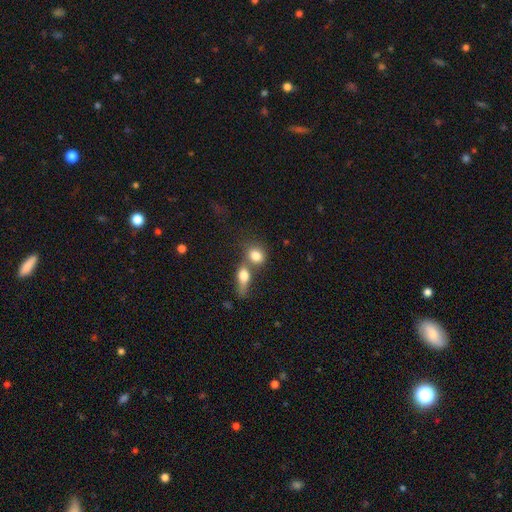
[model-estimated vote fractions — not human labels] A smooth galaxy with no disk features (80%) that is round (56%).

Vote fractions:
- Smooth or featured? smooth: 80% / featured or disk: 11% / star or artifact: 9%
- How rounded? round: 56% / in between: 41% / cigar-shaped: 3%
- Merging? merger: 55% / none: 31% / minor disturbance: 8% / major disturbance: 6%